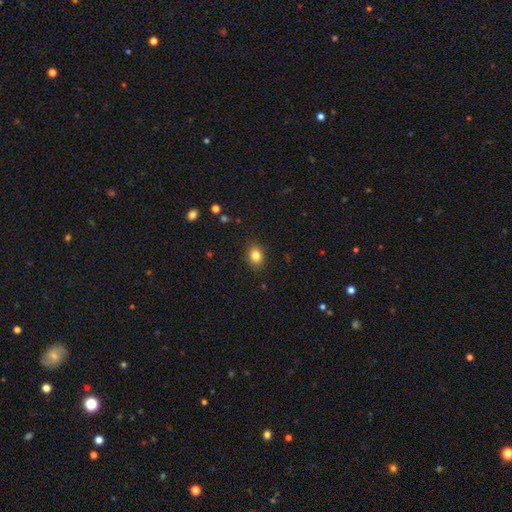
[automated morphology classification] Smooth or featured? Predicted: smooth (p=0.83). How rounded? Predicted: in between (p=0.55). Merging? Predicted: none (p=0.87).